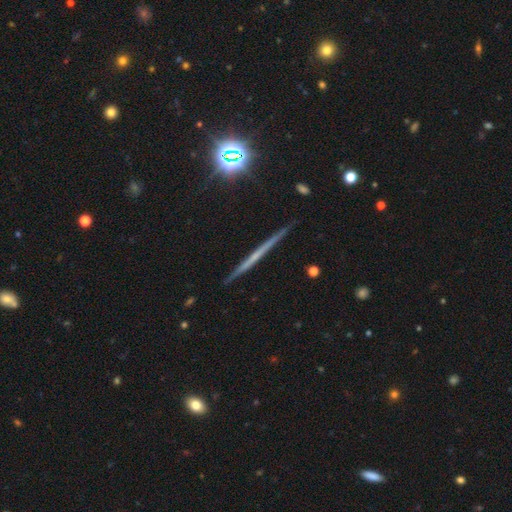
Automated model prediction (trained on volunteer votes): The model was most divided on "smooth or featured": featured or disk: 60%, smooth: 27%, star or artifact: 13%. More confident: edge-on disk — yes (97%); merging — none (90%); edge-on bulge — none (85%).